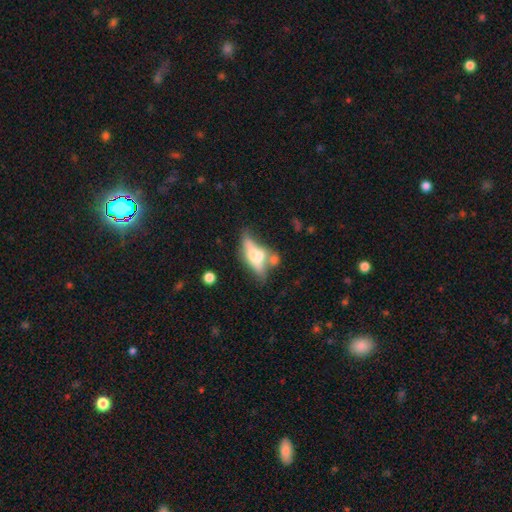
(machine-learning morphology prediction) This appears to be a featured or disk galaxy (53%) viewed edge-on (68%). Merging: none (38%).